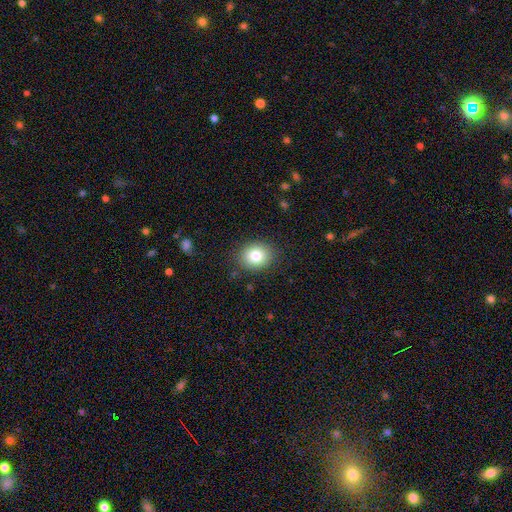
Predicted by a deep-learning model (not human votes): Smooth or featured: smooth — 81% (star or artifact — 10%)
How rounded: round — 62% (in between — 37%)
Merging: none — 87% (minor disturbance — 9%)